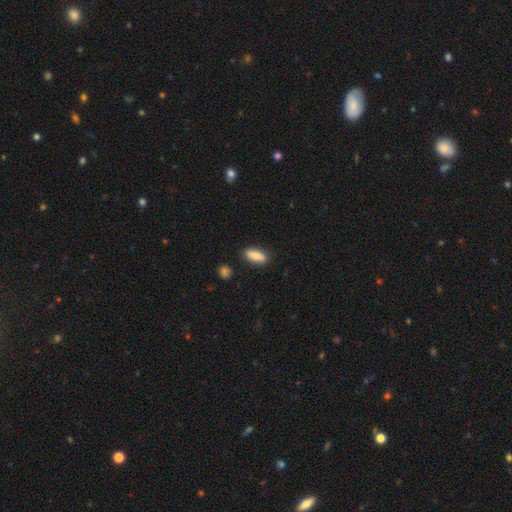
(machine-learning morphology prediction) smooth 79%, featured or disk 15%, star or artifact 7%. Down the decision tree: how rounded — in between (79%); merging — none (85%).